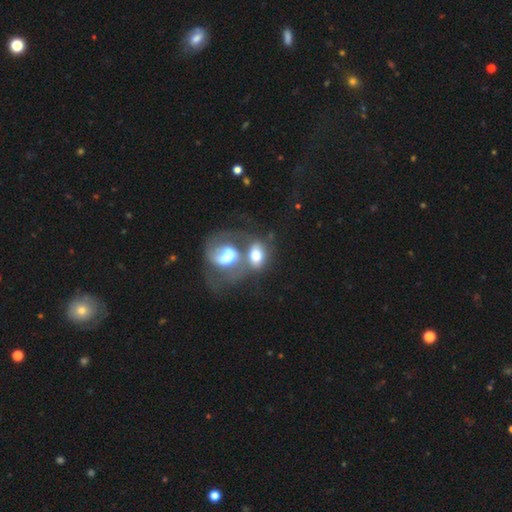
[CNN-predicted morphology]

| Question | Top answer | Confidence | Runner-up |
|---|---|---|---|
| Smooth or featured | smooth | 51% | featured or disk (40%) |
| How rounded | in between | 70% | round (28%) |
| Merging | merger | 69% | none (15%) |